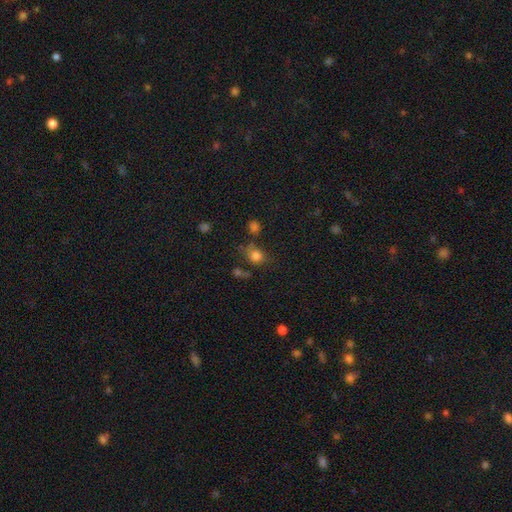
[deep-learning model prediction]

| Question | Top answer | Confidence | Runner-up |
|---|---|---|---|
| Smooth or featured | smooth | 79% | star or artifact (13%) |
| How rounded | round | 59% | in between (39%) |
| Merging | none | 62% | minor disturbance (19%) |